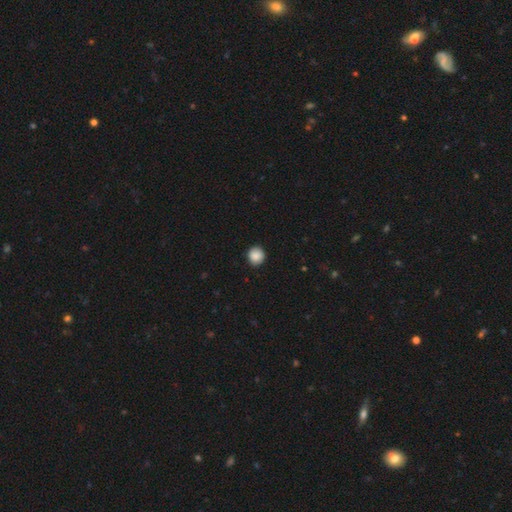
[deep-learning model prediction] Smooth or featured?
  - smooth: 88% *
  - star or artifact: 8%
  - featured or disk: 4%
How rounded?
  - round: 88% *
  - in between: 11%
  - cigar-shaped: 1%
Merging?
  - none: 89% *
  - minor disturbance: 8%
  - major disturbance: 2%
  - merger: 1%